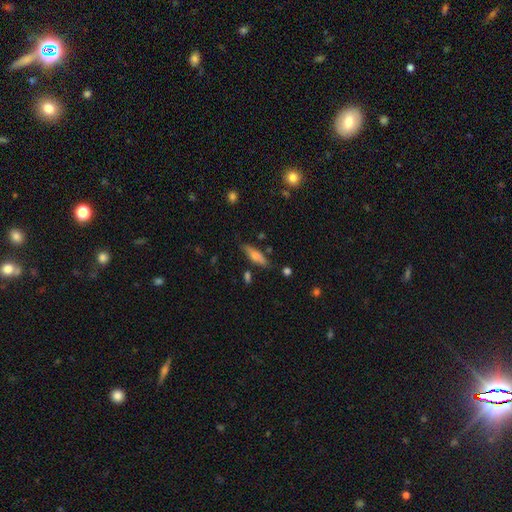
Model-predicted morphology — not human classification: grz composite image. It shows a smooth galaxy with no disk features (61%) that is cigar-shaped (53%). Merging: none (77%).